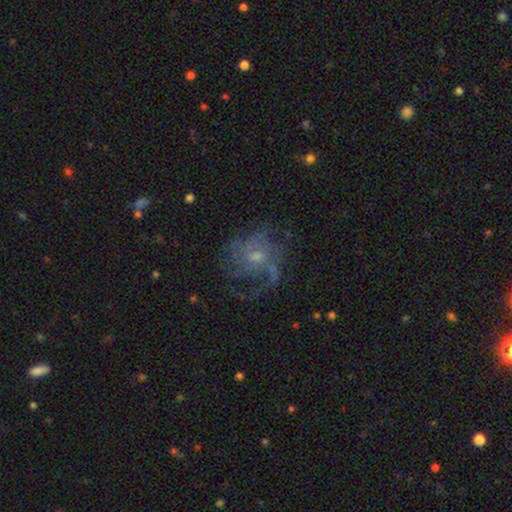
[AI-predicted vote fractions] A featured or disk galaxy (75%) with no bar (60%), medium (42%) spiral arms (83%) and a small central bulge (52%).

Vote fractions:
- Smooth or featured? featured or disk: 75% / smooth: 14% / star or artifact: 11%
- Edge-on disk? no: 98% / yes: 2%
- Bar? no: 60% / weak: 35% / strong: 4%
- Spiral arms? yes: 83% / no: 17%
- Spiral winding? medium: 42% / loose: 36% / tight: 22%
- Spiral arm count? can't tell: 36% / 3: 20% / 2: 16% / 4: 11% / 1: 10% / more than 4: 7%
- Bulge size? small: 52% / moderate: 38% / none: 7% / large: 2% / dominant: 1%
- Merging? none: 51% / major disturbance: 29% / minor disturbance: 18% / merger: 2%